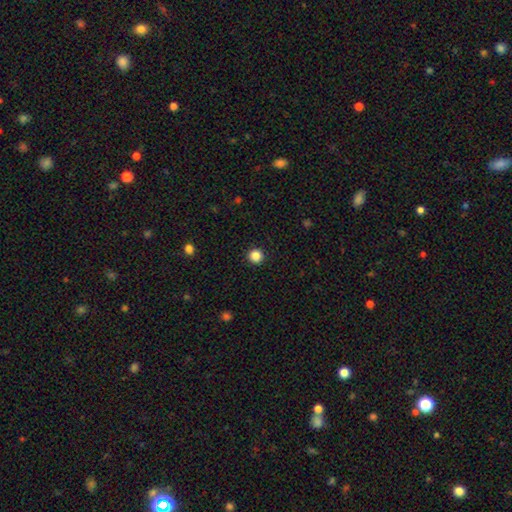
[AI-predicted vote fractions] A smooth galaxy with no disk features (86%) that is round (96%). Merging: none (93%).